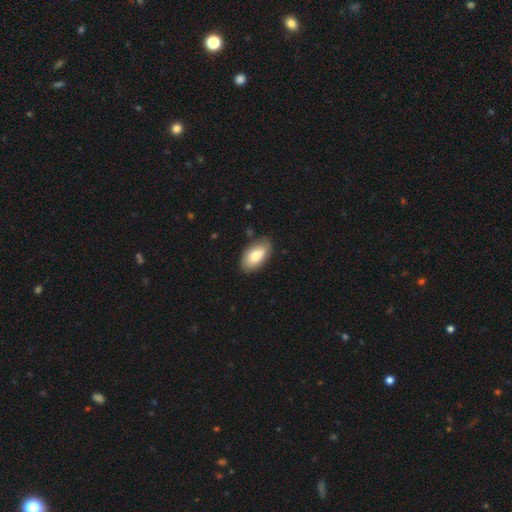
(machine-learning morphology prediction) Smooth or featured?
  - smooth: 80% *
  - featured or disk: 15%
  - star or artifact: 6%
How rounded?
  - in between: 95% *
  - round: 3%
  - cigar-shaped: 2%
Merging?
  - none: 79% *
  - minor disturbance: 16%
  - major disturbance: 3%
  - merger: 2%